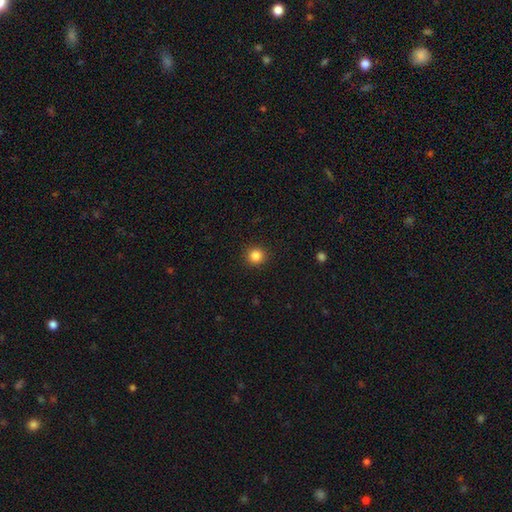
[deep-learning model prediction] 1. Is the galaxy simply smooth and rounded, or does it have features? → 85% smooth, 11% star or artifact, 4% featured or disk.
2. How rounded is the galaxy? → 95% round, 4% in between, 1% cigar-shaped.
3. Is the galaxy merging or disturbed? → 92% none, 5% minor disturbance, 2% major disturbance, 1% merger.